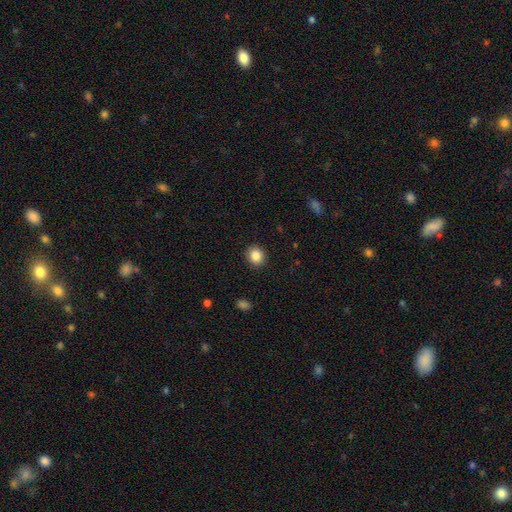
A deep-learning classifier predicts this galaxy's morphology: Smooth or featured? smooth (86%)
How rounded? round (76%)
Merging? none (91%)